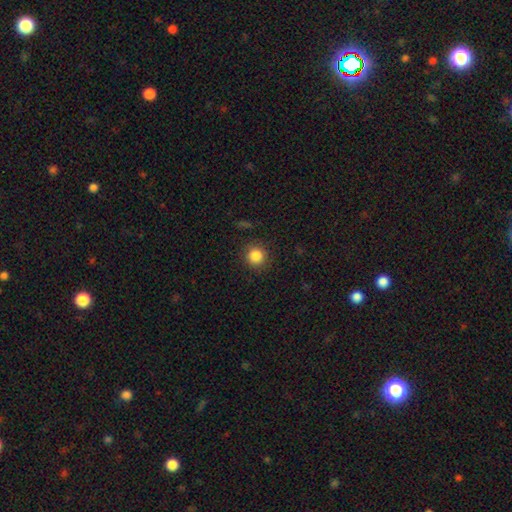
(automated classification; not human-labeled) This appears to be a smooth galaxy with no disk features (85%) that is round (93%). Merging: none (88%).